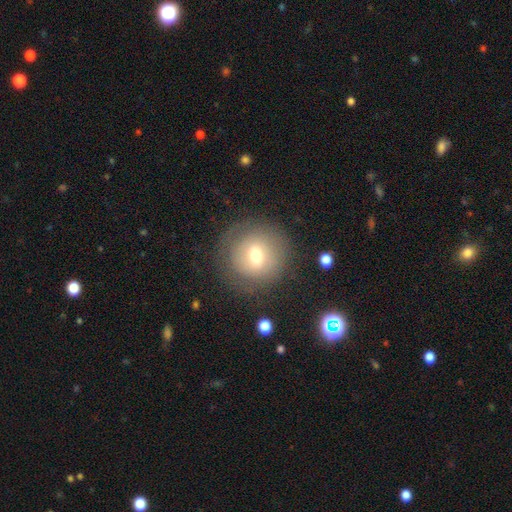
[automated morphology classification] smooth 60%, featured or disk 29%, star or artifact 11%. Down the decision tree: how rounded — round (91%); merging — none (78%).